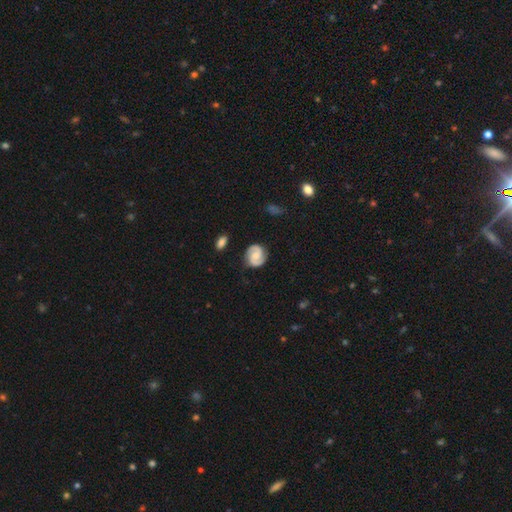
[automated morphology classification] smooth_or_featured: featured or disk (p=0.76) [alt: smooth p=0.18]
disk_edge_on: no (p=0.98) [alt: yes p=0.02]
bar: no (p=0.53) [alt: weak p=0.39]
has_spiral_arms: yes (p=0.96) [alt: no p=0.04]
spiral_winding: medium (p=0.47) [alt: tight p=0.36]
spiral_arm_count: 2 (p=0.91) [alt: can't tell p=0.04]
bulge_size: moderate (p=0.46) [alt: small p=0.40]
merging: none (p=0.82) [alt: minor disturbance p=0.13]